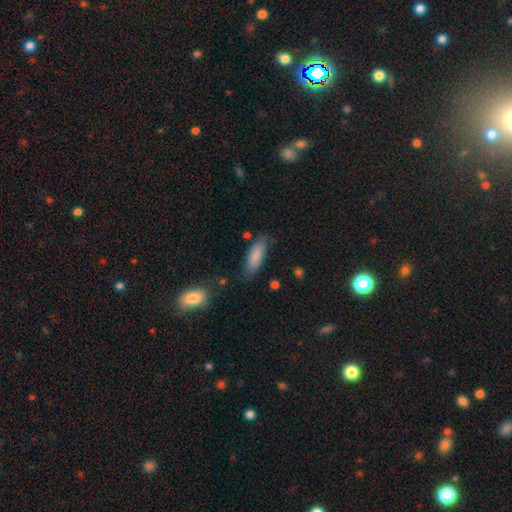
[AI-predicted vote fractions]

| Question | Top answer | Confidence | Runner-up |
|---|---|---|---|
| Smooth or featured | smooth | 85% | featured or disk (9%) |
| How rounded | in between | 60% | cigar-shaped (39%) |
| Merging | none | 74% | minor disturbance (18%) |